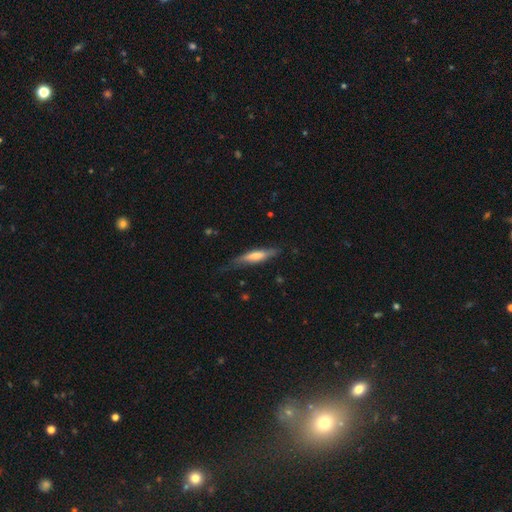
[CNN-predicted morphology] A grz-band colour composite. It shows a smooth galaxy with no disk features (52%) that is cigar-shaped (80%). Merging: none (68%).